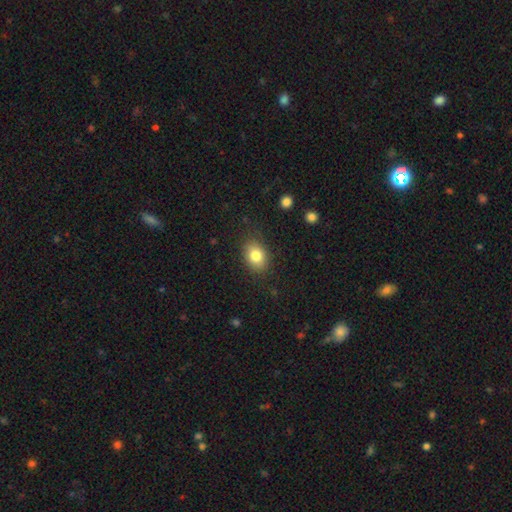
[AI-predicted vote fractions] Smooth or featured? smooth (81%)
How rounded? in between (72%)
Merging? none (84%)